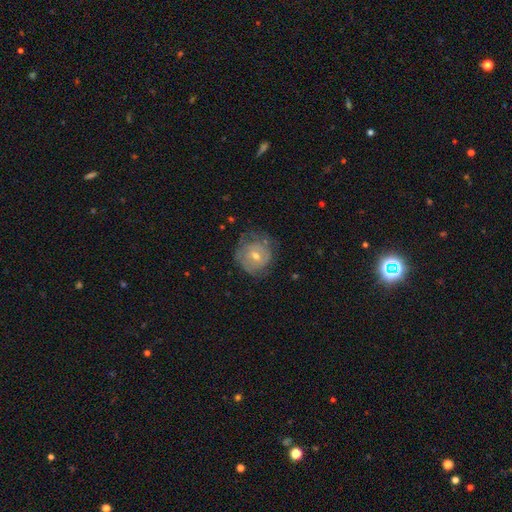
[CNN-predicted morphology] smooth-or-featured: featured or disk: 62% | smooth: 28% | star or artifact: 10%
  disk-edge-on: no: 97% | yes: 3%
    bar: no: 68% | weak: 26% | strong: 6%
    has-spiral-arms: yes: 75% | no: 25%
    bulge-size: moderate: 53% | small: 43% | large: 2% | none: 1% | dominant: 1%
  merging: none: 66% | minor disturbance: 22% | major disturbance: 10% | merger: 1%